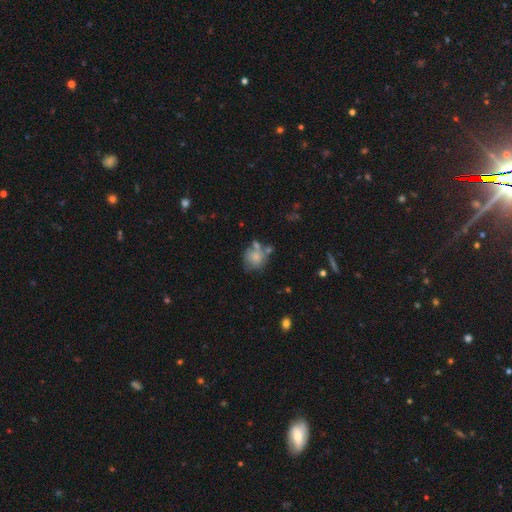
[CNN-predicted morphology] A smooth galaxy with no disk features (70%) that is round (72%).

Vote fractions:
- Smooth or featured? smooth: 70% / featured or disk: 20% / star or artifact: 10%
- How rounded? round: 72% / in between: 26% / cigar-shaped: 1%
- Merging? none: 45% / merger: 24% / minor disturbance: 21% / major disturbance: 10%